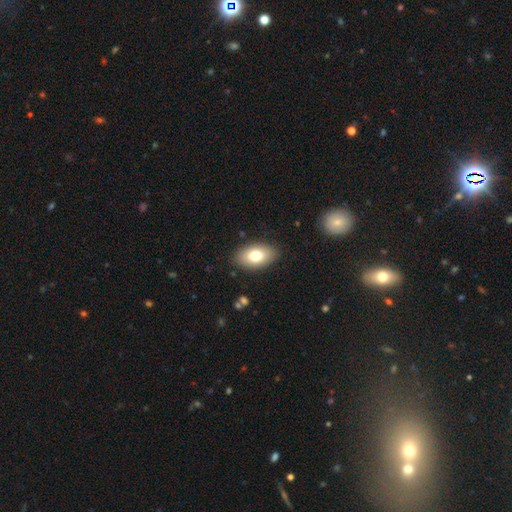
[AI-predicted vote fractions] Overall: smooth (77%). How rounded: in between (93%). Merging: none (86%).